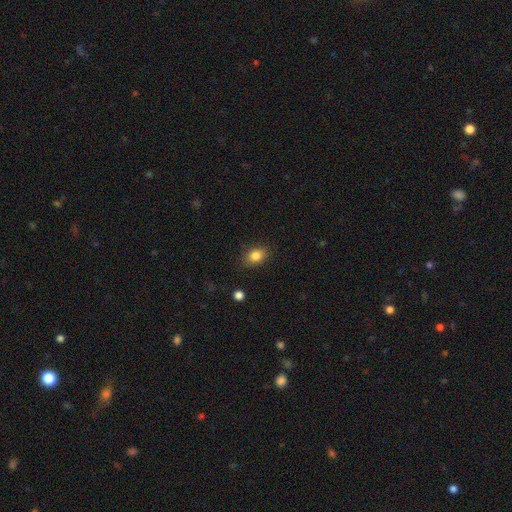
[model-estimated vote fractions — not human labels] Q: Smooth or featured?
A: smooth (83%); runner-up: star or artifact (10%)
Q: How rounded?
A: in between (70%); runner-up: round (29%)
Q: Merging?
A: none (85%); runner-up: minor disturbance (11%)